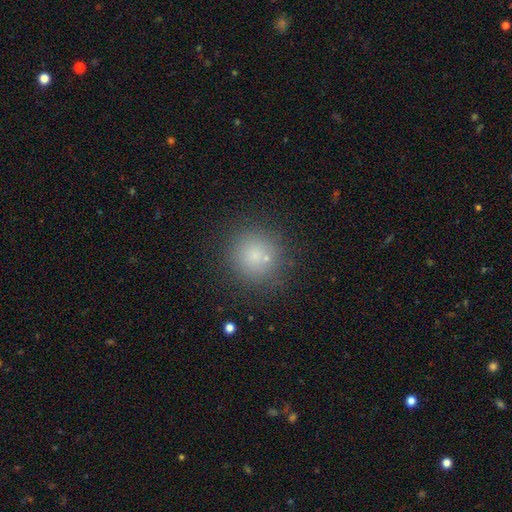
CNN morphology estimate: This appears to be a smooth galaxy with no disk features (75%) that is round (94%). Merging: none (78%).